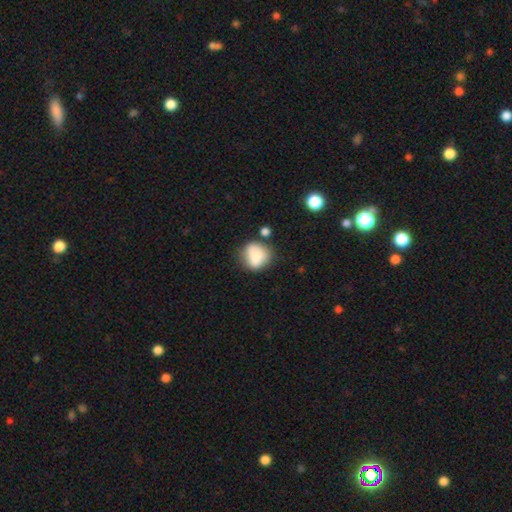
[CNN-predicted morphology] smooth_or_featured: smooth (p=0.80) [alt: featured or disk p=0.11]
how_rounded: round (p=0.69) [alt: in between p=0.30]
merging: none (p=0.54) [alt: minor disturbance p=0.24]